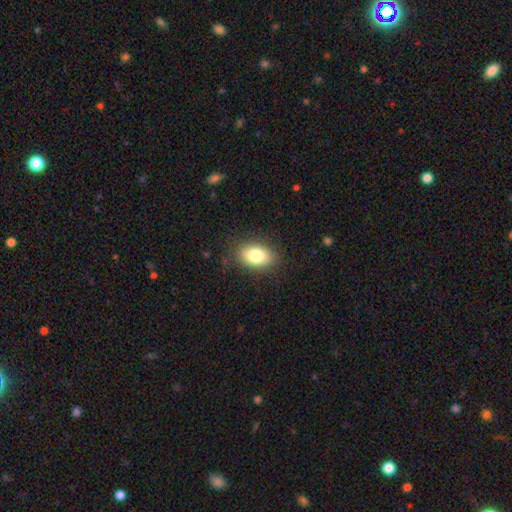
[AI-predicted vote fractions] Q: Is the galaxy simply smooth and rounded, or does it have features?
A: smooth — 82%.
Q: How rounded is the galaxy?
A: in between — 87%.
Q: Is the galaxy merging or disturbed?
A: none — 85%.